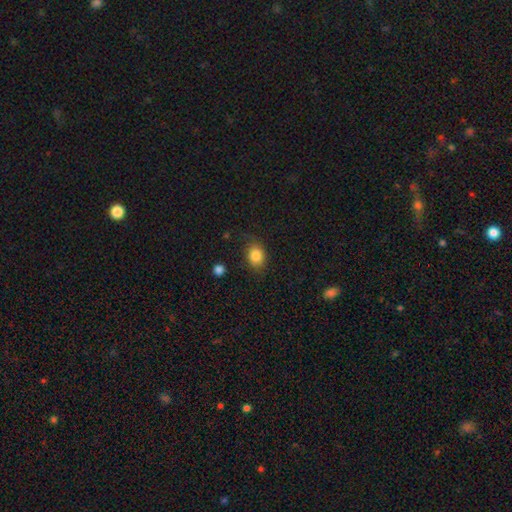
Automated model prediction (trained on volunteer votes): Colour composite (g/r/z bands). It shows a smooth galaxy with no disk features (84%) that is in between round and cigar-shaped (53%). Merging: none (74%).